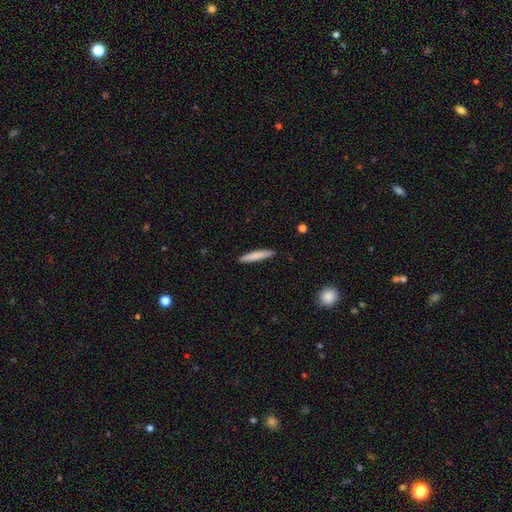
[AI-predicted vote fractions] smooth-or-featured: smooth: 79% | featured or disk: 16% | star or artifact: 6%
  how-rounded: cigar-shaped: 93% | in between: 6% | round: 1%
  merging: none: 89% | minor disturbance: 8% | major disturbance: 2% | merger: 1%